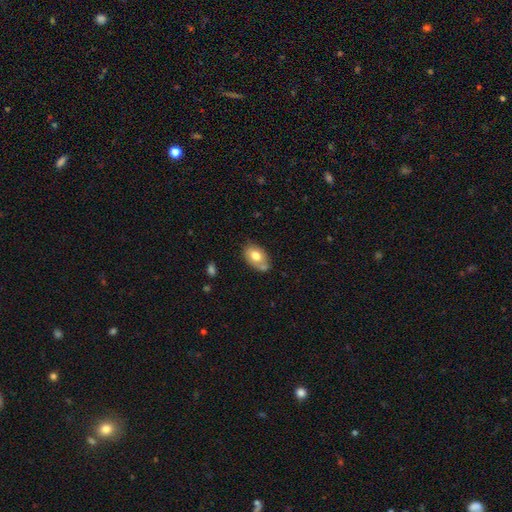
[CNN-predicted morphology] Overall: smooth (73%). How rounded: in between (85%). Merging: none (55%; minor disturbance 25%).